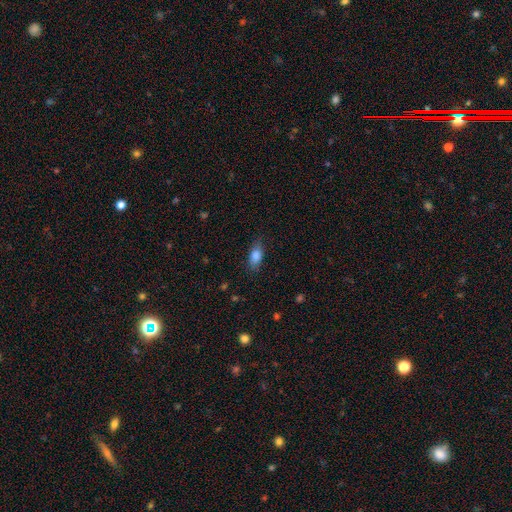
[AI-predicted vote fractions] This appears to be a smooth galaxy with no disk features (83%) that is in between round and cigar-shaped (83%). Merging: none (80%).